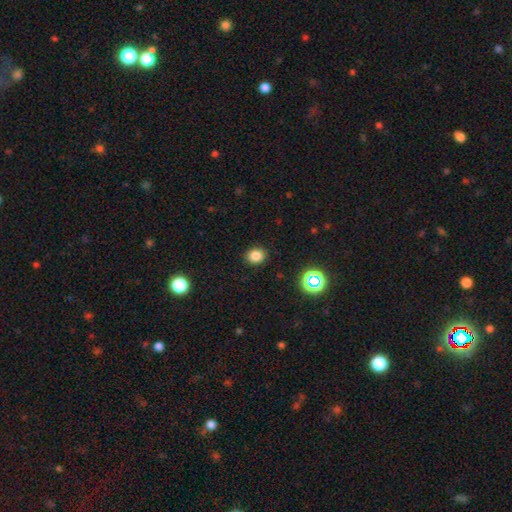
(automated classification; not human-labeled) Smooth or featured? Predicted: smooth (p=0.82). How rounded? Predicted: round (p=0.67). Merging? Predicted: none (p=0.90).